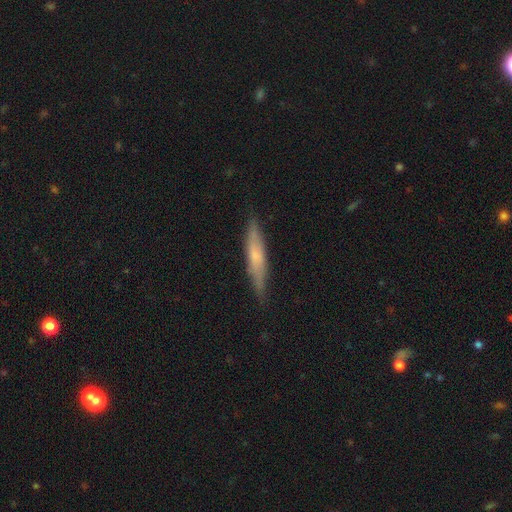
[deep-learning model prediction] Morphology: type=smooth (52%); roundness=cigar-shaped (89%); merging=none (83%).